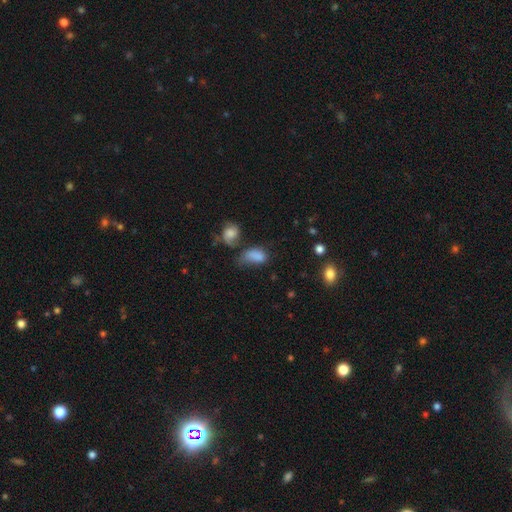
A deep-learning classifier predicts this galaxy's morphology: type=smooth (80%); roundness=in between (86%); merging=none (29%, tied with minor disturbance).